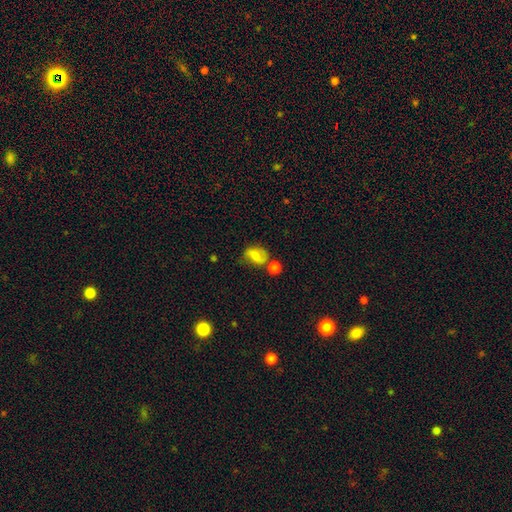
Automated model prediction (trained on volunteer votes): Smooth or featured: smooth — 51% (featured or disk — 39%)
How rounded: in between — 63% (round — 35%)
Merging: none — 49% (minor disturbance — 25%)